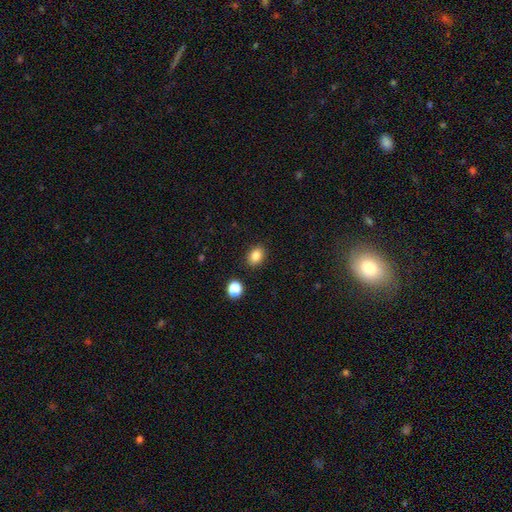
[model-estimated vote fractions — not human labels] The model was most divided on "how rounded": in between: 66%, round: 33%, cigar-shaped: 1%. More confident: merging — none (87%); smooth or featured — smooth (85%).